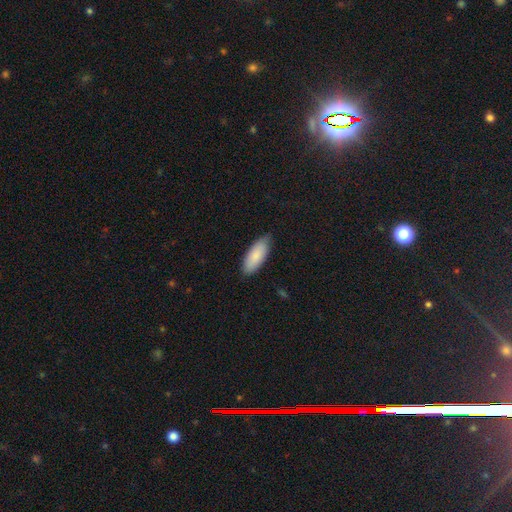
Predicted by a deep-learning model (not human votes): Smooth or featured? Predicted: smooth (p=0.86). How rounded? Predicted: in between (p=0.84). Merging? Predicted: none (p=0.81).